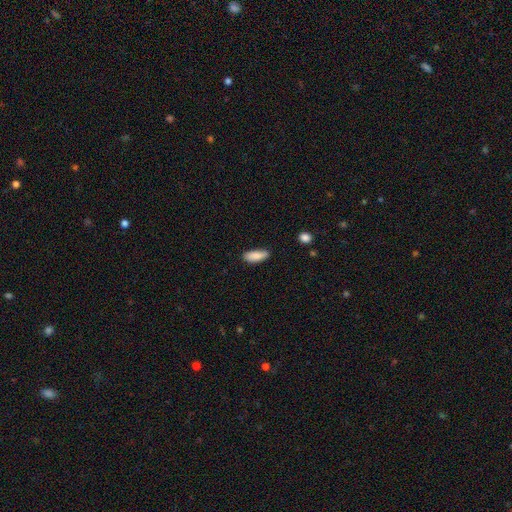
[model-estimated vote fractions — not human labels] Overall: smooth (88%). How rounded: in between (77%). Merging: none (77%).